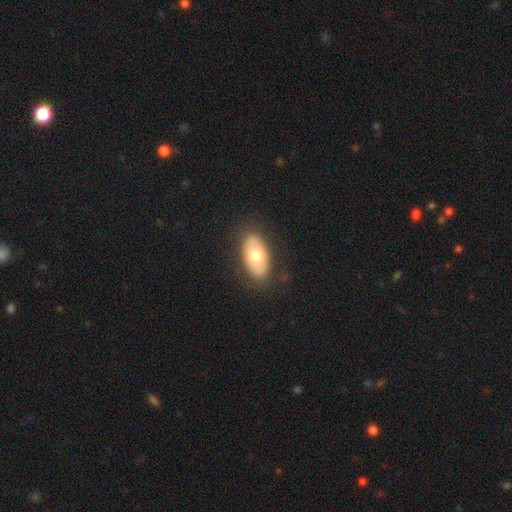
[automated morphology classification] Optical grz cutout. It shows a smooth galaxy with no disk features (64%) that is in between round and cigar-shaped (93%). Merging: none (84%).